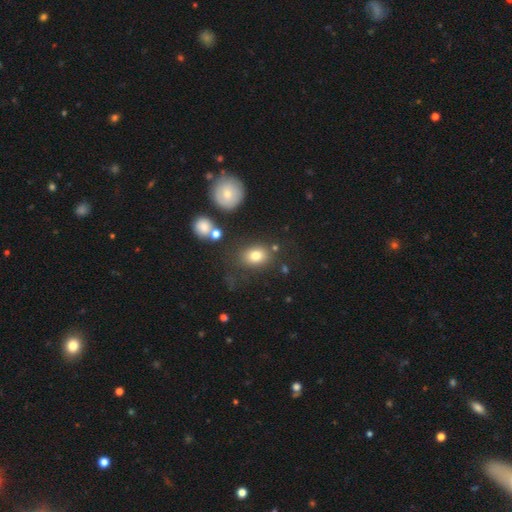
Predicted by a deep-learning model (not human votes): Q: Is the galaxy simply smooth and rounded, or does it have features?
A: smooth — 78%.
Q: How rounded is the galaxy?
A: in between — 65%.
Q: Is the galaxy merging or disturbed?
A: none — 73%.